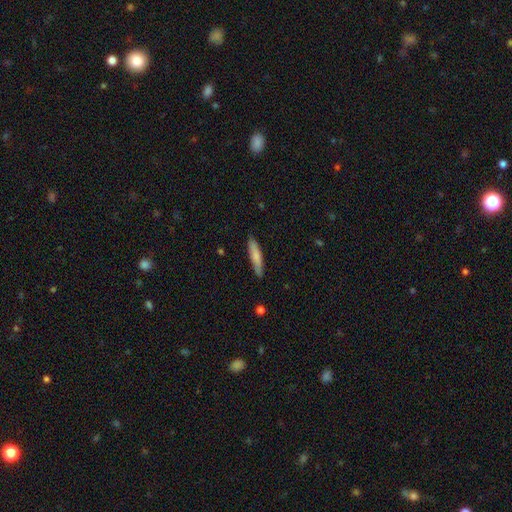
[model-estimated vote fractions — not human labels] A smooth galaxy with no disk features (76%) that is cigar-shaped (85%).

Vote fractions:
- Smooth or featured? smooth: 76% / featured or disk: 18% / star or artifact: 6%
- How rounded? cigar-shaped: 85% / in between: 13% / round: 1%
- Merging? none: 87% / minor disturbance: 10% / major disturbance: 2% / merger: 1%